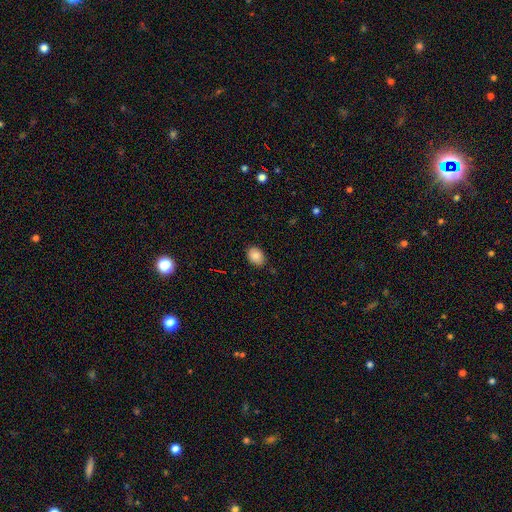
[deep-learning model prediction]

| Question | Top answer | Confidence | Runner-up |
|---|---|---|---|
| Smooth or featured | smooth | 83% | star or artifact (8%) |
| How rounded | in between | 73% | round (26%) |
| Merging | none | 86% | minor disturbance (11%) |